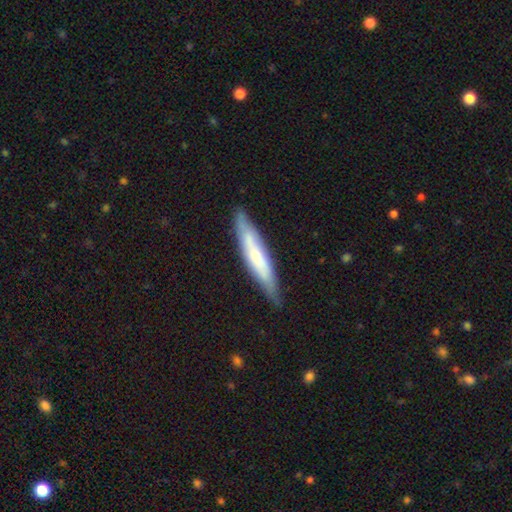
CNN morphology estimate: A smooth galaxy with no disk features (51%) that is cigar-shaped (88%).

Vote fractions:
- Smooth or featured? smooth: 51% / featured or disk: 44% / star or artifact: 6%
- How rounded? cigar-shaped: 88% / in between: 11% / round: 1%
- Merging? none: 79% / minor disturbance: 16% / major disturbance: 3% / merger: 2%